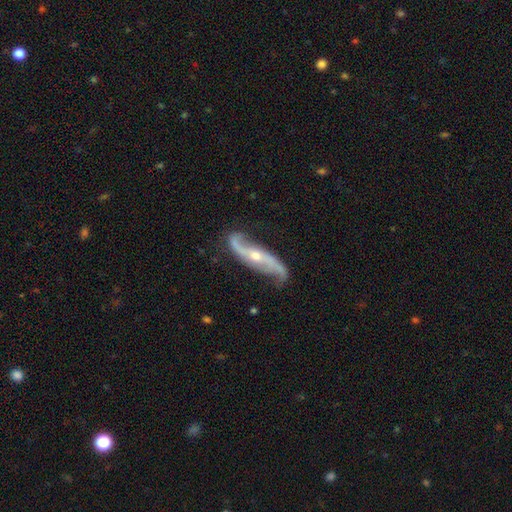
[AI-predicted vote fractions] The model was most divided on "bulge size" (2-way tie): small: 48%, moderate: 48%, large: 2%, none: 1%, dominant: 1%. More confident: spiral arms — yes (97%); spiral arm count — 2 (93%); smooth or featured — featured or disk (89%); edge-on disk — no (88%); spiral winding — loose (80%); merging — none (75%); bar — no (51%).